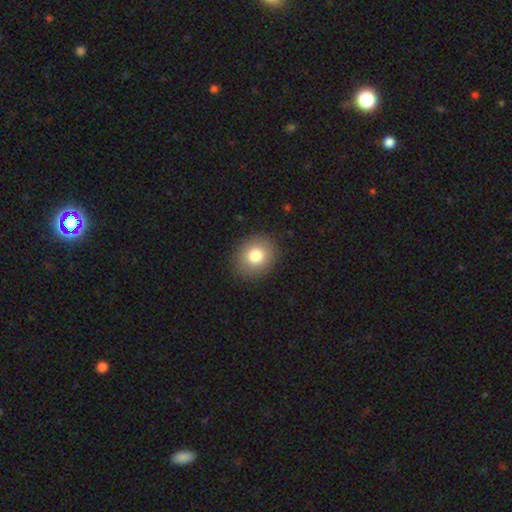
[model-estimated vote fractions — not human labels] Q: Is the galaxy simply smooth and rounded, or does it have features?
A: smooth — 80%.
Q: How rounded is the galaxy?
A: round — 69%.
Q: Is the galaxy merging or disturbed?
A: none — 89%.